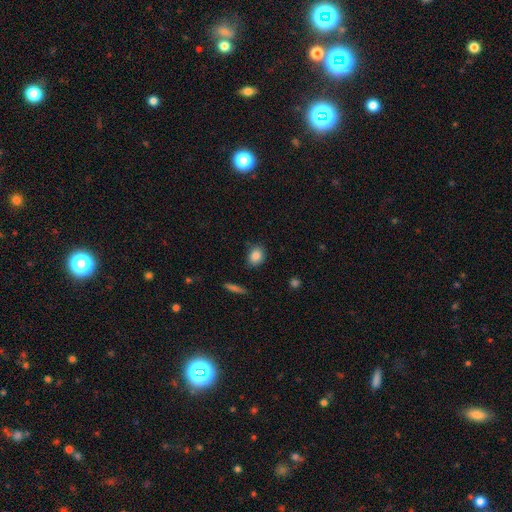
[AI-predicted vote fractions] Smooth or featured? Predicted: smooth (p=0.86). How rounded? Predicted: in between (p=0.52). Merging? Predicted: none (p=0.80).